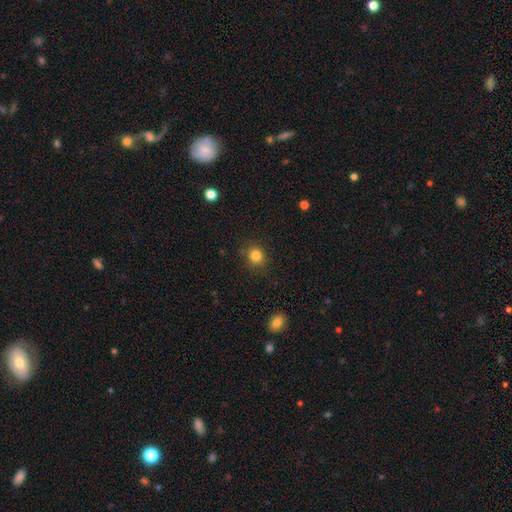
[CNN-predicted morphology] Smooth or featured? smooth (84%)
How rounded? round (84%)
Merging? none (83%)